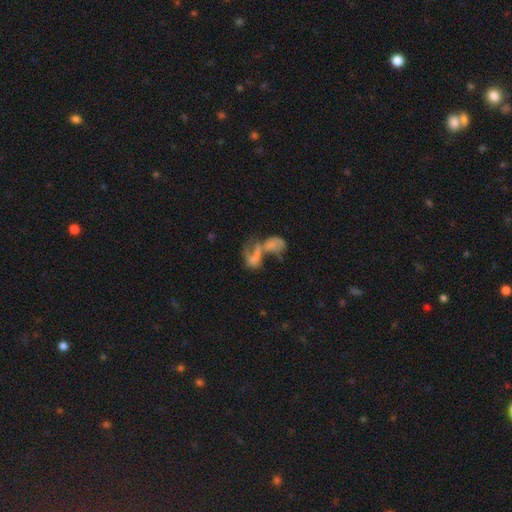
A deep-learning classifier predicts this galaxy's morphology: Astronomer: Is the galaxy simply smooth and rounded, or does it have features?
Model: smooth — 44% (runner-up: featured or disk, 42%).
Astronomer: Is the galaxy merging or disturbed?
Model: merger — 70%.